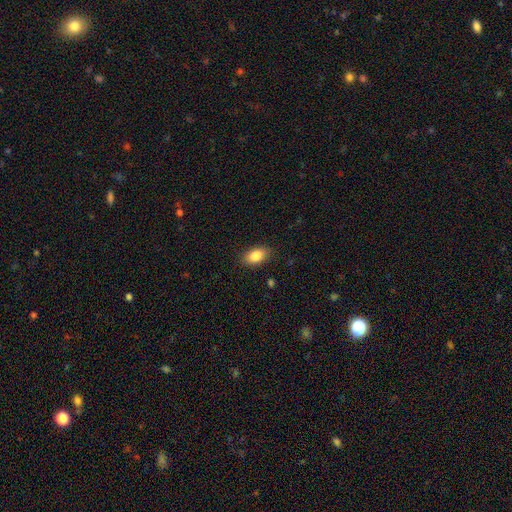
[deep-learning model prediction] A smooth galaxy with no disk features (86%) that is in between round and cigar-shaped (90%). Merging: none (86%).